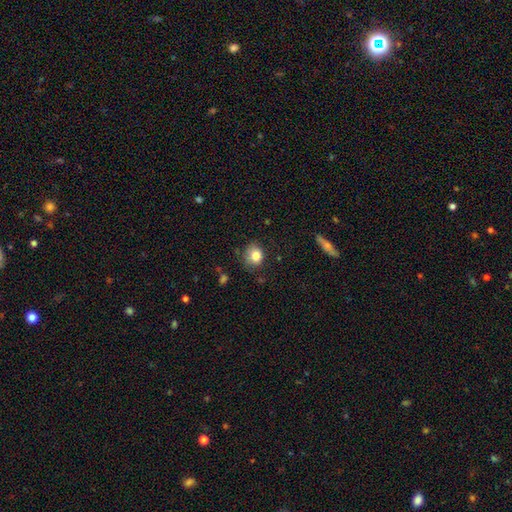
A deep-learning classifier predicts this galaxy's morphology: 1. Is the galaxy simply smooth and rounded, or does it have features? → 82% smooth, 10% star or artifact, 9% featured or disk.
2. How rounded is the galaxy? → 66% round, 33% in between, 1% cigar-shaped.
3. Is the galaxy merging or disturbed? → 68% none, 23% minor disturbance, 6% major disturbance, 2% merger.